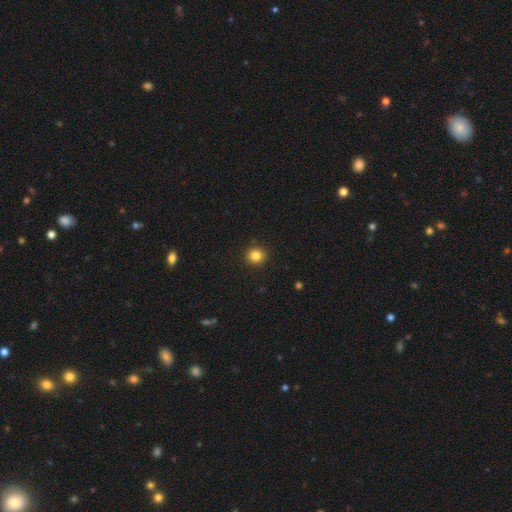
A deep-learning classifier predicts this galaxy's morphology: The model was most divided on "smooth or featured": smooth: 84%, star or artifact: 11%, featured or disk: 5%. More confident: merging — none (92%); how rounded — round (89%).